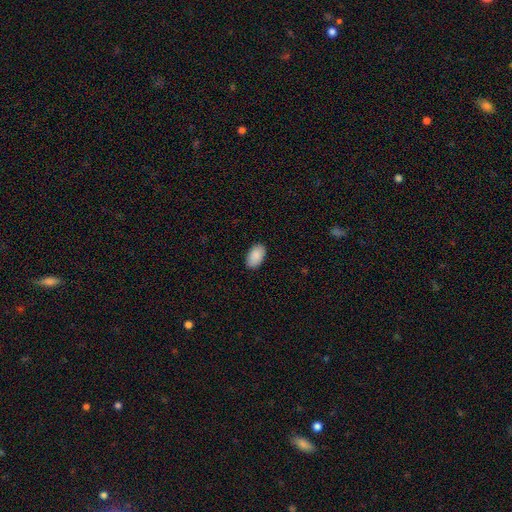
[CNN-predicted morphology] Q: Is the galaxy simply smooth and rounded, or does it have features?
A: smooth — 91%.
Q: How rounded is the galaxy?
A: in between — 95%.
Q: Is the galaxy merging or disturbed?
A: none — 89%.